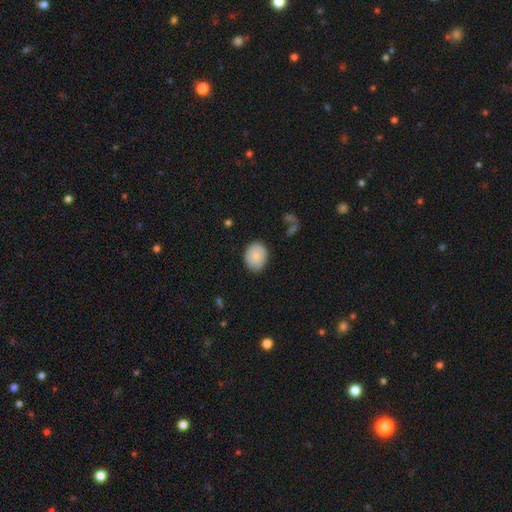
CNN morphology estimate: A smooth galaxy with no disk features (83%) that is round (55%). Merging: none (80%).